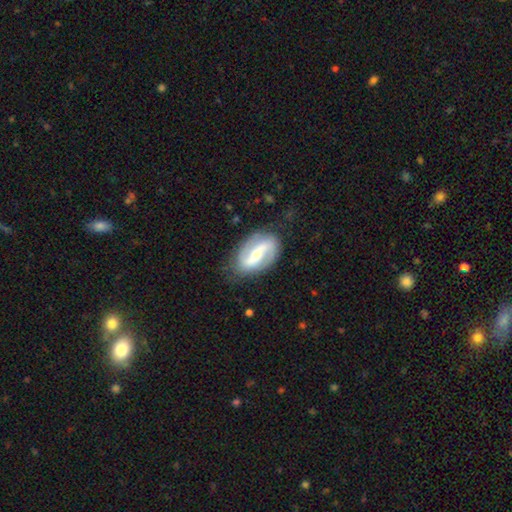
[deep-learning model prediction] A featured or disk galaxy (83%) with a strong bar (56%), 2 (91%) loose (45%) spiral arms (91%) and a moderate central bulge (47%).

Vote fractions:
- Smooth or featured? featured or disk: 83% / smooth: 13% / star or artifact: 4%
- Edge-on disk? no: 95% / yes: 5%
- Bar? strong: 56% / weak: 29% / no: 15%
- Spiral arms? yes: 91% / no: 9%
- Spiral winding? loose: 45% / medium: 37% / tight: 18%
- Spiral arm count? 2: 91% / can't tell: 4% / 1: 2% / 3: 1% / 4: 1% / more than 4: 1%
- Bulge size? moderate: 47% / small: 46% / large: 4% / none: 2% / dominant: 1%
- Merging? none: 80% / minor disturbance: 14% / major disturbance: 5% / merger: 1%